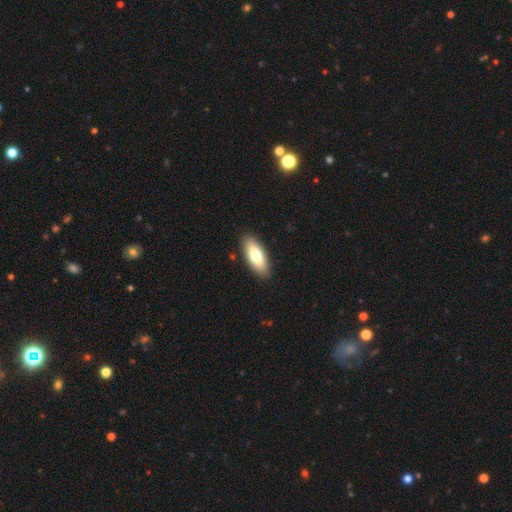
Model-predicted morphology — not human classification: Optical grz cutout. It shows a smooth galaxy with no disk features (73%) that is in between round and cigar-shaped (76%). Merging: none (89%).